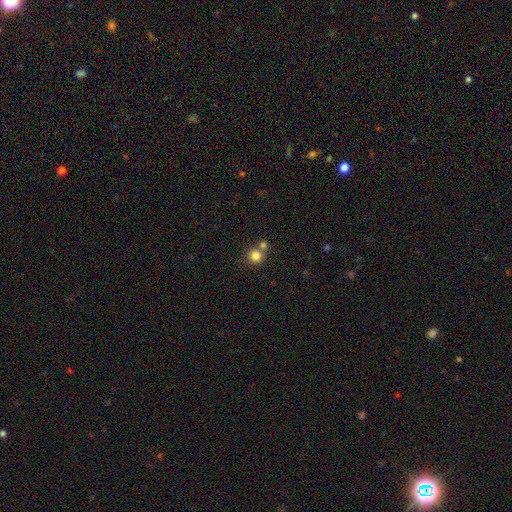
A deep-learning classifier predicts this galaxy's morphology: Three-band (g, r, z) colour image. It shows a smooth galaxy with no disk features (82%) that is round (91%). Merging: none (61%).